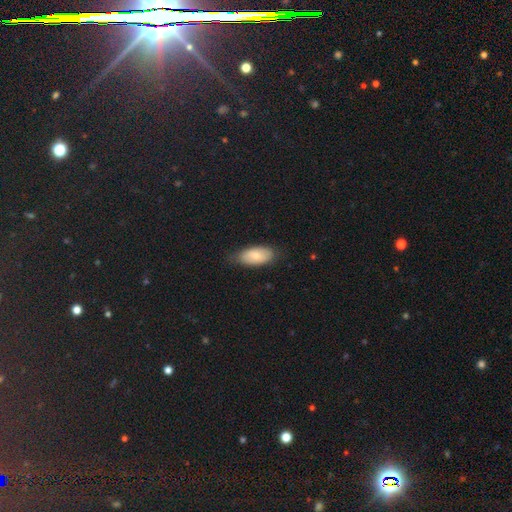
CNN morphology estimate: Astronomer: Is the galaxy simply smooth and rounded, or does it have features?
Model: smooth — 78%.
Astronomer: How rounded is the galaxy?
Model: in between — 92%.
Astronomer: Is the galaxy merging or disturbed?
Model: none — 73%.